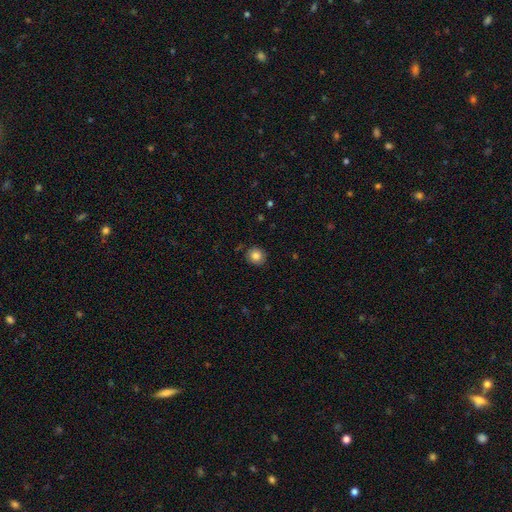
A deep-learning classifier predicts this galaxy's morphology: Smooth or featured: smooth — 82% (star or artifact — 10%)
How rounded: round — 87% (in between — 12%)
Merging: none — 86% (minor disturbance — 10%)